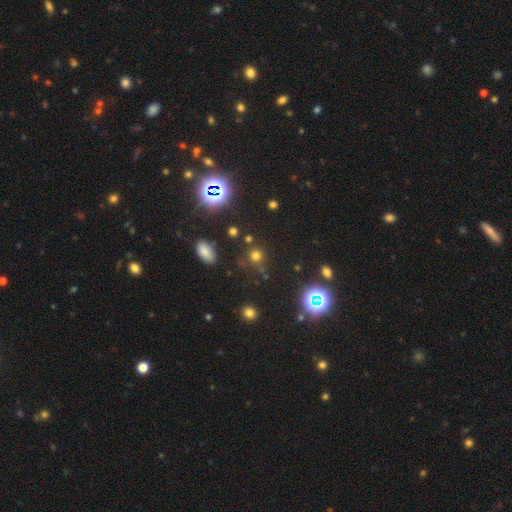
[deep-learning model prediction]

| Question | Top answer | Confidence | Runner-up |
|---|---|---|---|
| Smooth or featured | smooth | 62% | star or artifact (31%) |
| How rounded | round | 89% | in between (9%) |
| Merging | none | 79% | minor disturbance (10%) |